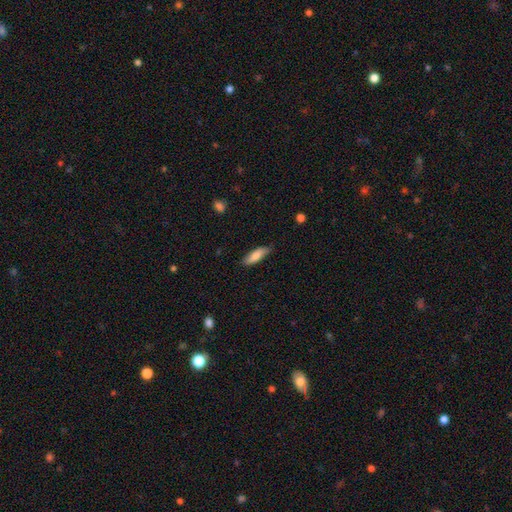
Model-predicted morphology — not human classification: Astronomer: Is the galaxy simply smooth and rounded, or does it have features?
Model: smooth — 82%.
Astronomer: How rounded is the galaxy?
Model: cigar-shaped — 50% (runner-up: in between, 49%).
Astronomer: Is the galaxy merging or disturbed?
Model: none — 80%.